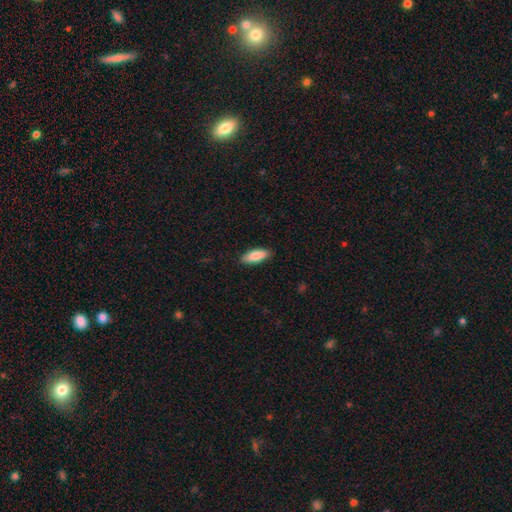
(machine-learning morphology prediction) This is clearly a smooth galaxy (86%). How rounded: likely in between (73%). Merging: clearly none (89%).